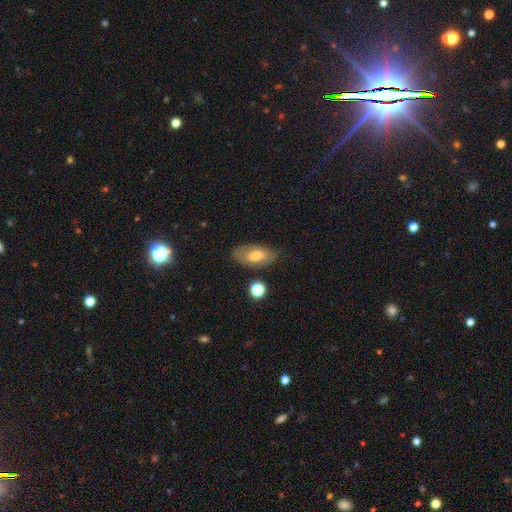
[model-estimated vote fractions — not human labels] A smooth galaxy with no disk features (63%) that is in between round and cigar-shaped (90%). Merging: none (74%).